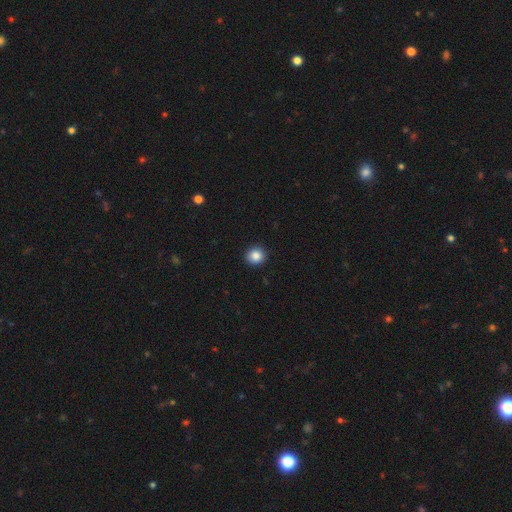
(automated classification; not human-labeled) smooth-or-featured: smooth: 87% | star or artifact: 9% | featured or disk: 4%
  how-rounded: round: 90% | in between: 10% | cigar-shaped: 1%
  merging: none: 93% | minor disturbance: 5% | major disturbance: 2% | merger: 1%